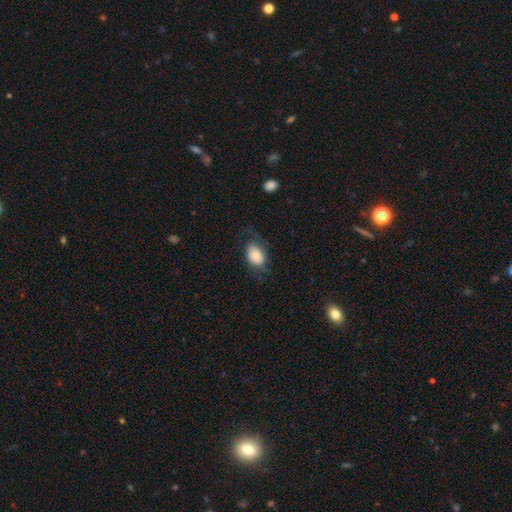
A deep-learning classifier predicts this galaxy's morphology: Q: Smooth or featured?
A: smooth (76%); runner-up: featured or disk (16%)
Q: How rounded?
A: in between (83%); runner-up: round (16%)
Q: Merging?
A: none (56%); runner-up: minor disturbance (25%)